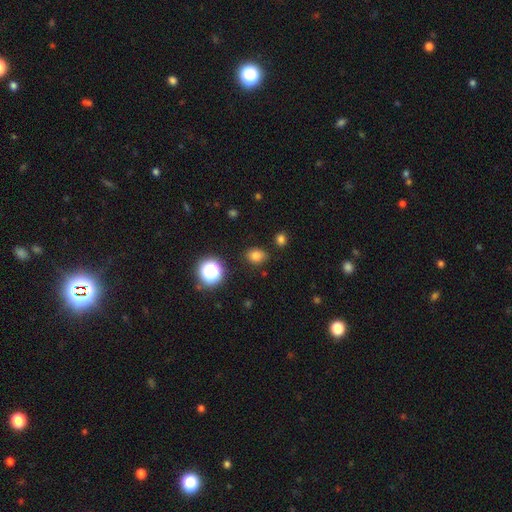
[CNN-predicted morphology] A smooth galaxy with no disk features (78%) that is in between round and cigar-shaped (55%). Merging: none (81%).